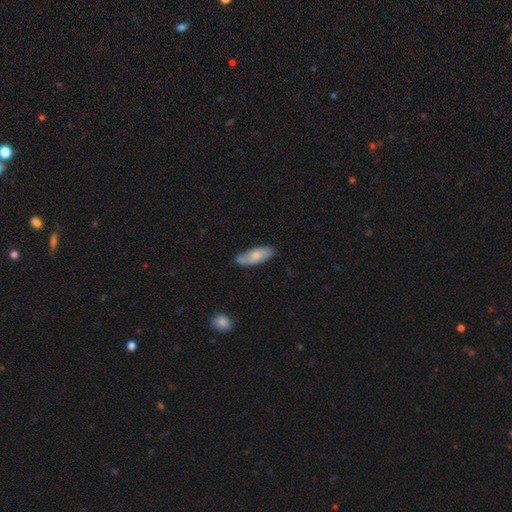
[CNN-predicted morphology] Q: Smooth or featured?
A: smooth (61%); runner-up: featured or disk (33%)
Q: How rounded?
A: in between (74%); runner-up: cigar-shaped (24%)
Q: Merging?
A: none (66%); runner-up: minor disturbance (25%)